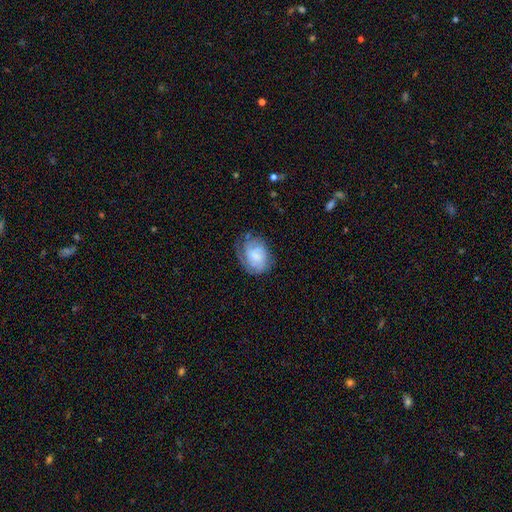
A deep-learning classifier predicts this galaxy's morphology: This appears to be a smooth galaxy with no disk features (52%) that is in between round and cigar-shaped (64%). Merging: none (51%).